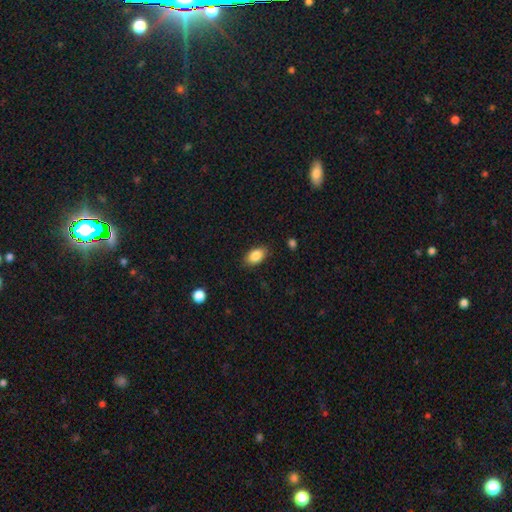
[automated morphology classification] Q: Smooth or featured?
A: smooth (86%); runner-up: star or artifact (8%)
Q: How rounded?
A: in between (90%); runner-up: round (8%)
Q: Merging?
A: none (85%); runner-up: minor disturbance (11%)